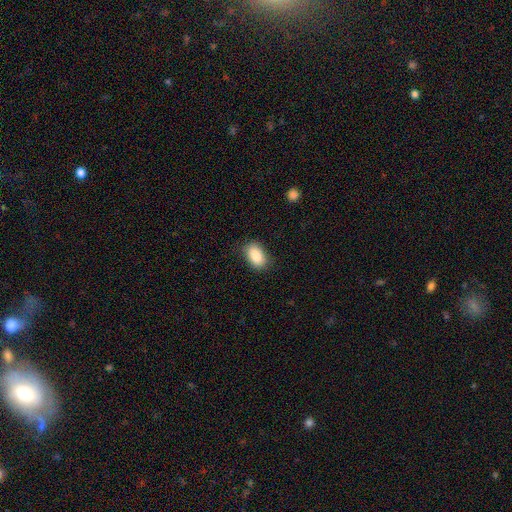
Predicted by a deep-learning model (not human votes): A smooth galaxy with no disk features (87%) that is in between round and cigar-shaped (90%). Merging: none (84%).